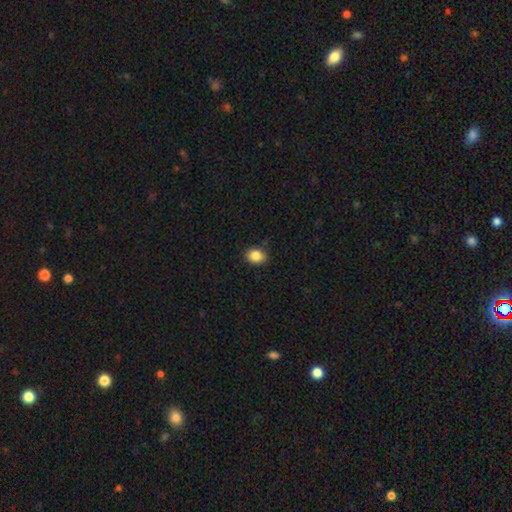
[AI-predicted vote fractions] smooth-or-featured: smooth: 85% | star or artifact: 9% | featured or disk: 5%
  how-rounded: in between: 59% | round: 40% | cigar-shaped: 1%
  merging: none: 80% | minor disturbance: 15% | major disturbance: 3% | merger: 1%